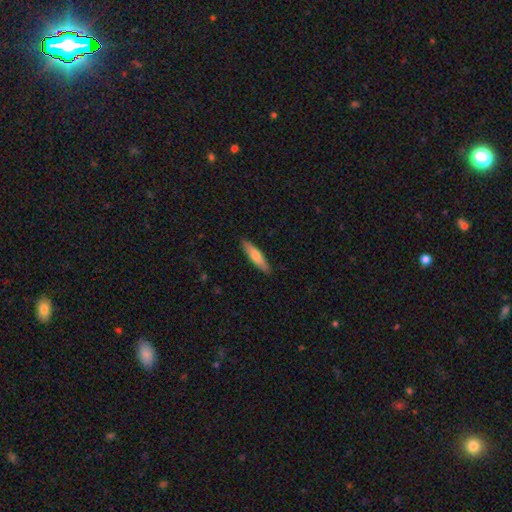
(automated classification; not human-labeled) Smooth or featured? Predicted: smooth (p=0.73). How rounded? Predicted: cigar-shaped (p=0.77). Merging? Predicted: none (p=0.89).